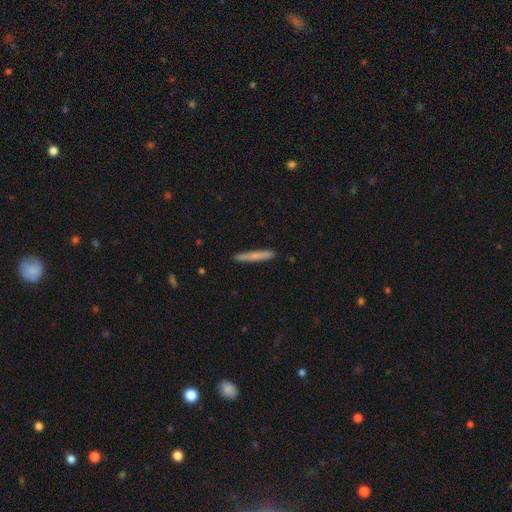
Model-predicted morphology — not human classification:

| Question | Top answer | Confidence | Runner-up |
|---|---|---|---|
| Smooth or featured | smooth | 72% | featured or disk (22%) |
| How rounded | cigar-shaped | 96% | in between (3%) |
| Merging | none | 90% | minor disturbance (7%) |